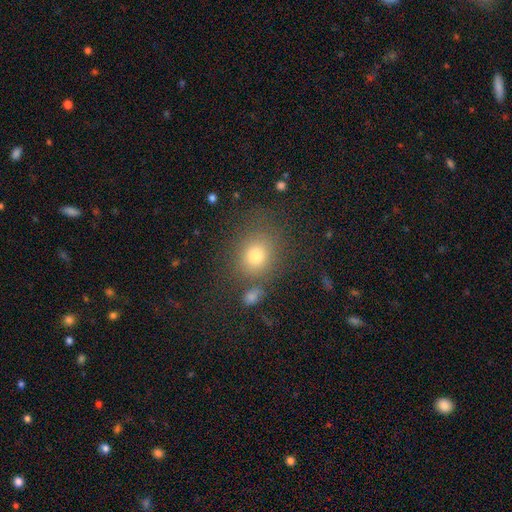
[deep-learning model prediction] Q: Smooth or featured?
A: smooth (73%); runner-up: star or artifact (16%)
Q: How rounded?
A: round (73%); runner-up: in between (26%)
Q: Merging?
A: none (72%); runner-up: minor disturbance (13%)